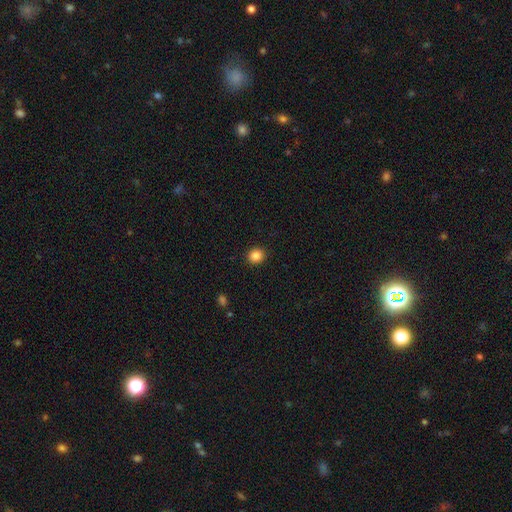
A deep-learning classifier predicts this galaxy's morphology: type=smooth (86%); roundness=round (83%); merging=none (92%).